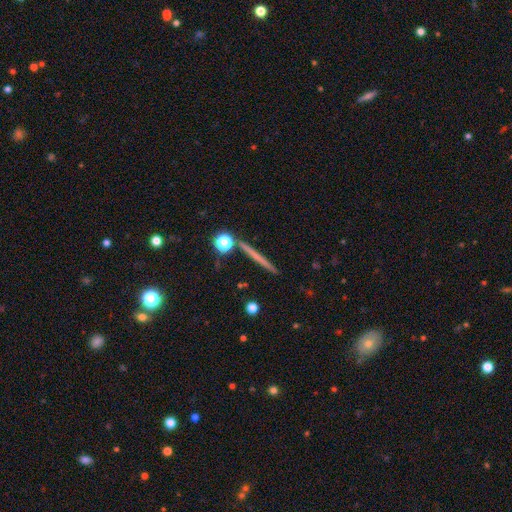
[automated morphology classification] Smooth or featured? Predicted: featured or disk (p=0.47). Merging? Predicted: none (p=0.90).